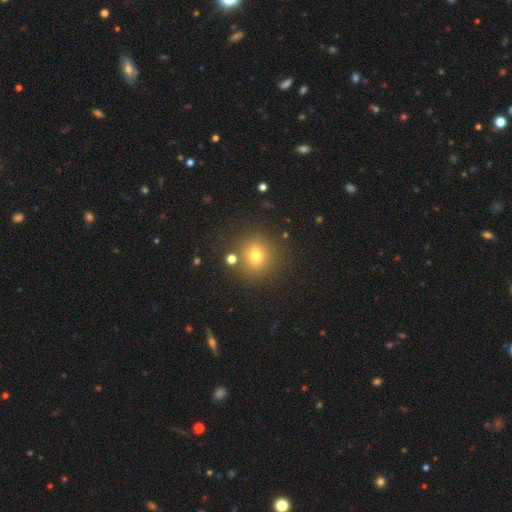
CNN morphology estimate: The model was most divided on "smooth or featured": smooth: 72%, star or artifact: 18%, featured or disk: 10%. More confident: how rounded — round (91%); merging — none (83%).